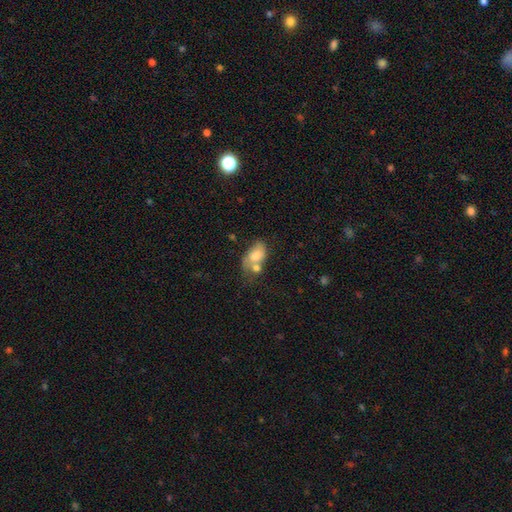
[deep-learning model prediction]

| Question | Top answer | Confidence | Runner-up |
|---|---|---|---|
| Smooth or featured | smooth | 65% | featured or disk (26%) |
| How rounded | in between | 86% | round (12%) |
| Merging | merger | 44% | none (26%) |